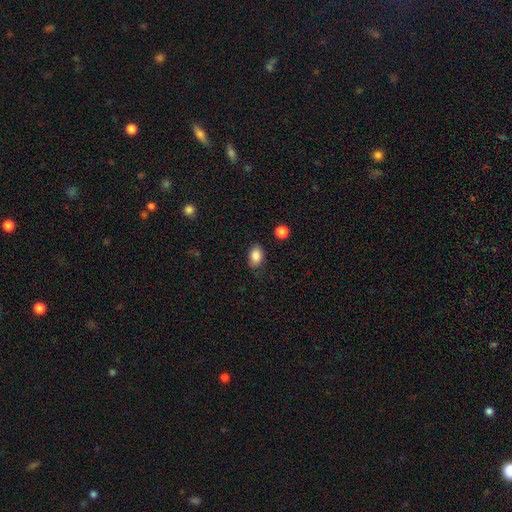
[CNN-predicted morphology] Smooth or featured? Predicted: smooth (p=0.86). How rounded? Predicted: in between (p=0.79). Merging? Predicted: none (p=0.77).